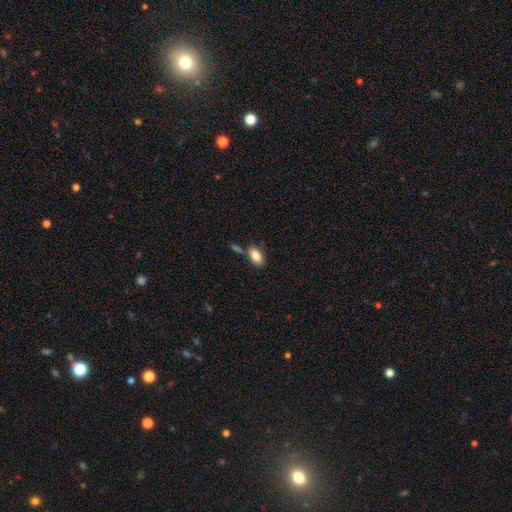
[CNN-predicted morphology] Q: Smooth or featured?
A: smooth (86%); runner-up: star or artifact (7%)
Q: How rounded?
A: in between (92%); runner-up: cigar-shaped (4%)
Q: Merging?
A: none (69%); runner-up: merger (15%)